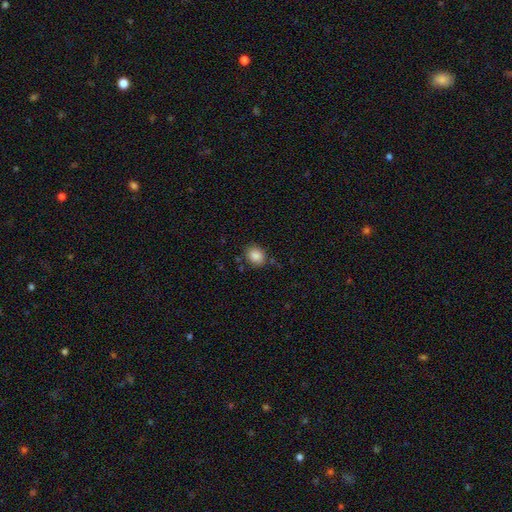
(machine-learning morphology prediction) Overall: smooth (87%). How rounded: round (61%; in between 38%). Merging: none (81%).